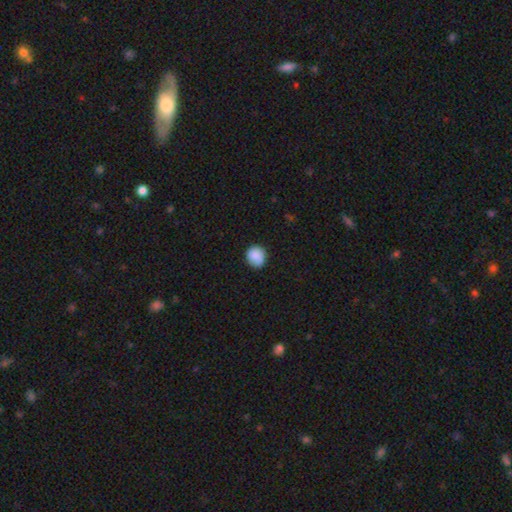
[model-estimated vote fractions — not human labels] smooth 87%, star or artifact 8%, featured or disk 5%. Down the decision tree: how rounded — round (84%); merging — none (79%).